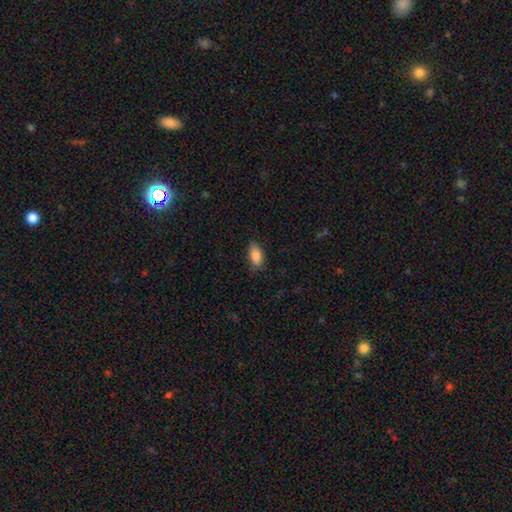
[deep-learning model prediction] Smooth or featured: smooth — 86% (star or artifact — 7%)
How rounded: in between — 89% (cigar-shaped — 8%)
Merging: none — 75% (minor disturbance — 20%)